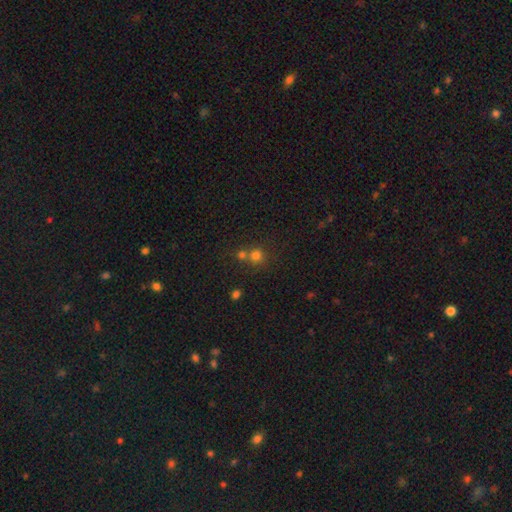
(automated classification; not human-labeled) This is likely a smooth galaxy (75%). How rounded: clearly round (88%). Merging: possibly none (52%).